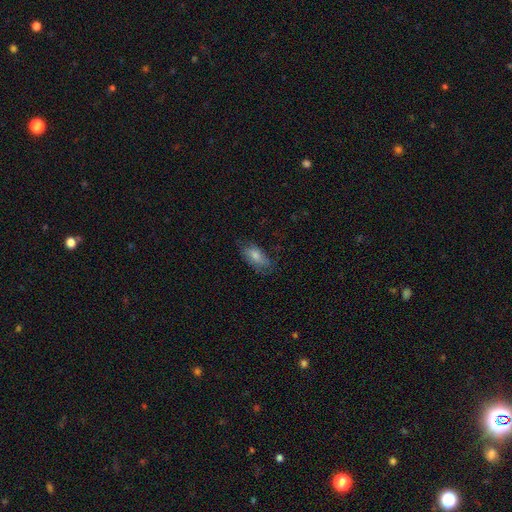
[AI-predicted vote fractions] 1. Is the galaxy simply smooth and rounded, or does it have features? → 74% smooth, 19% featured or disk, 7% star or artifact.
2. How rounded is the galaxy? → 88% in between, 8% cigar-shaped, 3% round.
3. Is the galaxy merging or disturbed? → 66% none, 24% minor disturbance, 8% major disturbance, 1% merger.